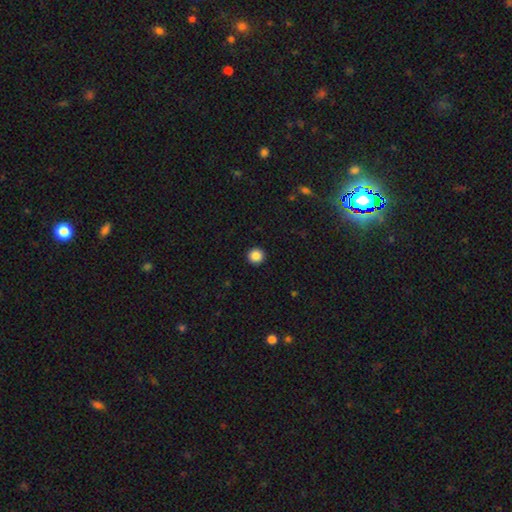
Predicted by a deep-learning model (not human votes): The model was most divided on "smooth or featured": smooth: 87%, star or artifact: 10%, featured or disk: 3%. More confident: how rounded — round (96%); merging — none (94%).